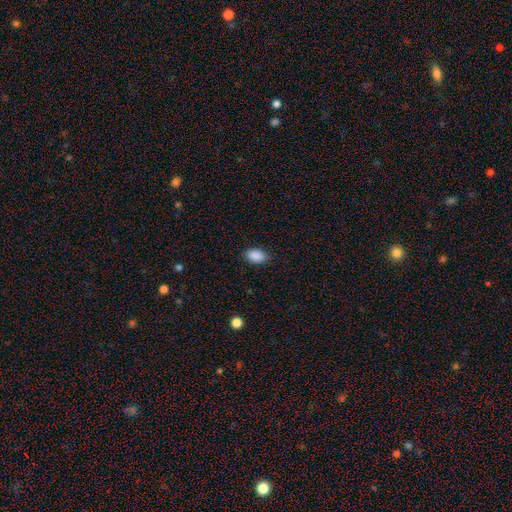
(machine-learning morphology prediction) The model was most divided on "merging": none: 85%, minor disturbance: 12%, major disturbance: 3%, merger: 1%. More confident: smooth or featured — smooth (90%); how rounded — in between (88%).